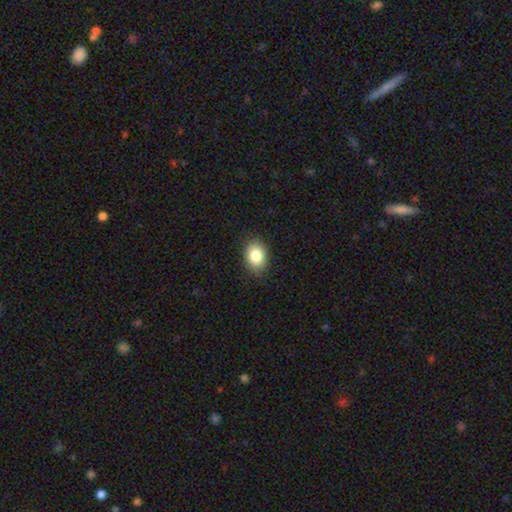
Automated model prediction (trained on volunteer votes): This appears to be a smooth galaxy with no disk features (84%) that is in between round and cigar-shaped (73%). Merging: none (86%).